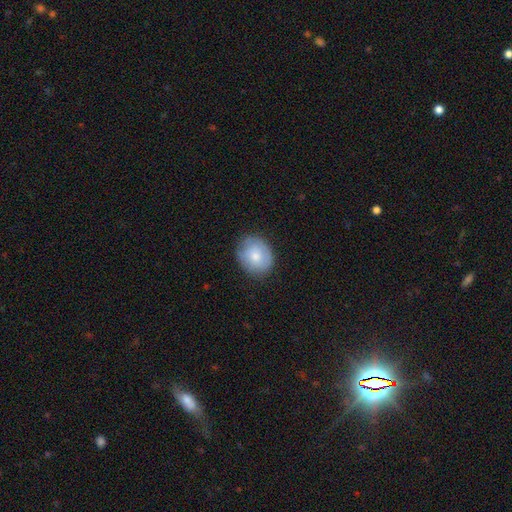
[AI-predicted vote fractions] A smooth galaxy with no disk features (70%) that is round (63%).

Vote fractions:
- Smooth or featured? smooth: 70% / featured or disk: 23% / star or artifact: 7%
- How rounded? round: 63% / in between: 36% / cigar-shaped: 1%
- Merging? none: 79% / minor disturbance: 16% / major disturbance: 4% / merger: 1%